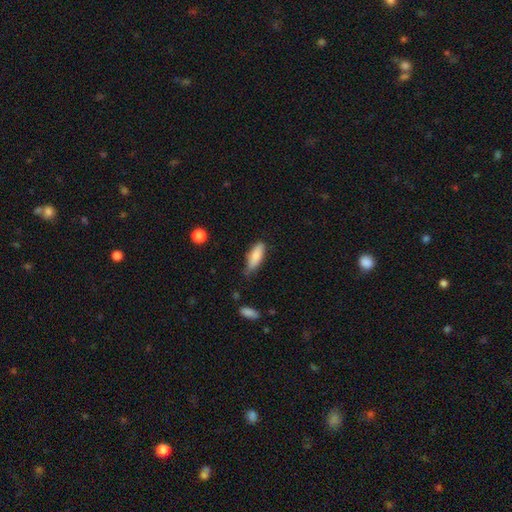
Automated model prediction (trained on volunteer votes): Overall: smooth (83%). How rounded: in between (63%; cigar-shaped 35%). Merging: none (60%; minor disturbance 32%).